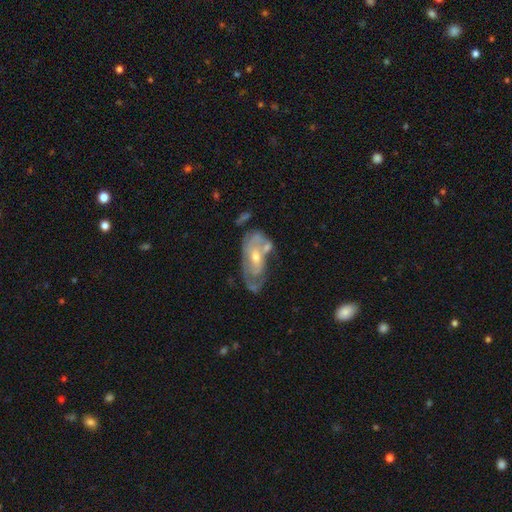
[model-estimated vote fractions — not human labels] A featured or disk galaxy (72%) with no bar (61%), spiral arms (65%) and a moderate central bulge (49%). Merging: none (39%).